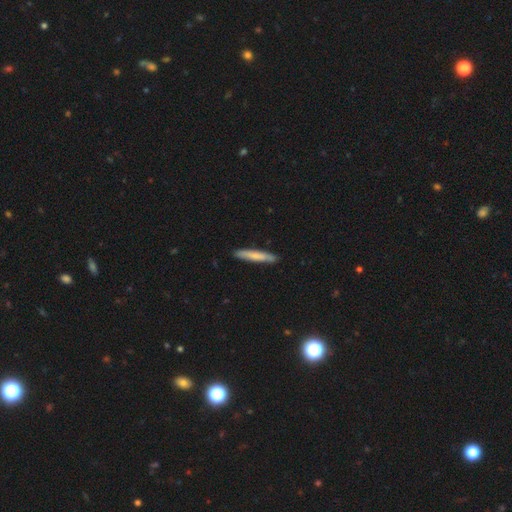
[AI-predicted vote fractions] Smooth or featured: smooth — 73% (featured or disk — 22%)
How rounded: cigar-shaped — 94% (in between — 5%)
Merging: none — 88% (minor disturbance — 9%)